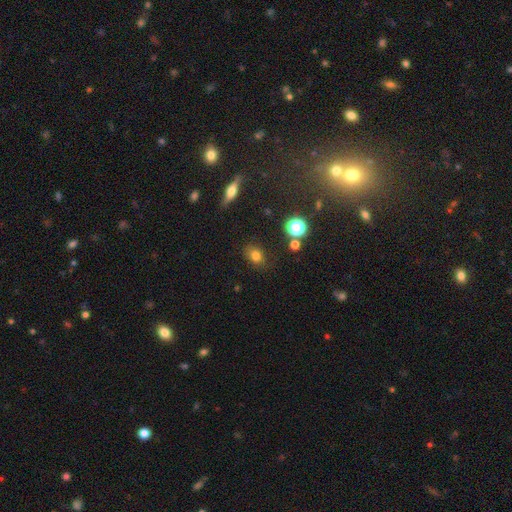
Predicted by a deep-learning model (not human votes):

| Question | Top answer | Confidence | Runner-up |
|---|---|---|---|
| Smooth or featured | smooth | 77% | star or artifact (15%) |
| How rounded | in between | 57% | round (41%) |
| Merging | none | 79% | minor disturbance (14%) |